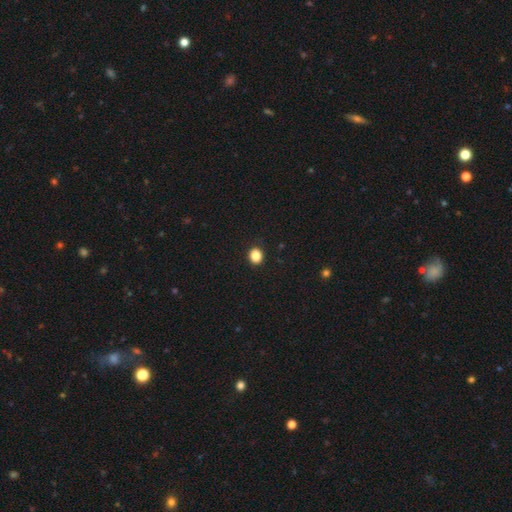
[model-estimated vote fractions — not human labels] Morphology: type=smooth (86%); roundness=round (76%); merging=none (91%).